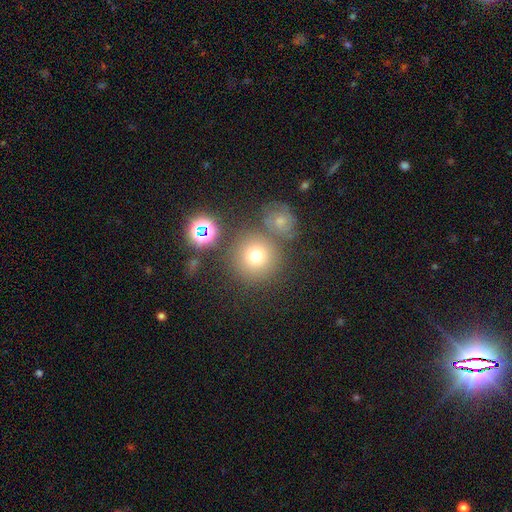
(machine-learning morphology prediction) This appears to be a smooth galaxy with no disk features (71%) that is round (93%). Merging: none (74%).